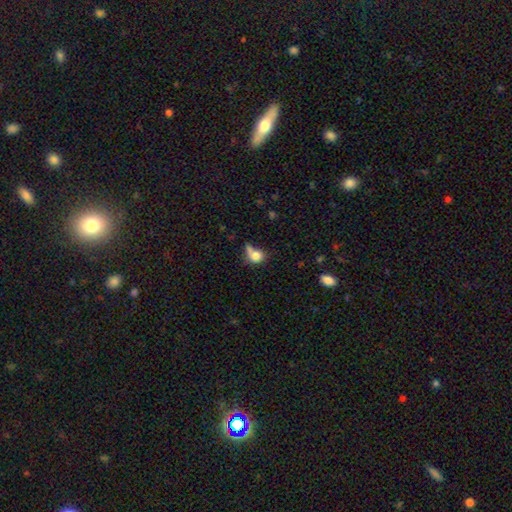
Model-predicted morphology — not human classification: This is likely a smooth galaxy (77%). How rounded: possibly round (59%). Merging: marginally none (34%).